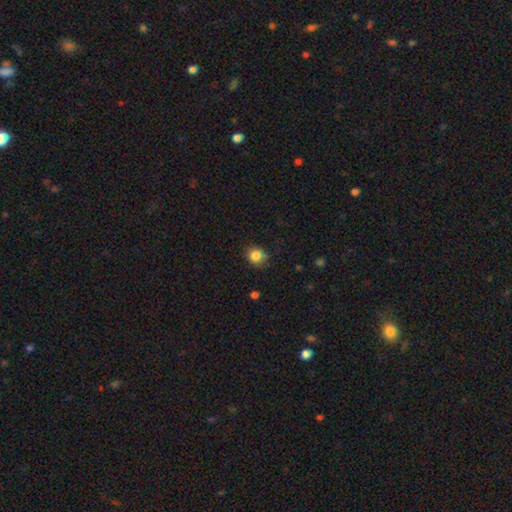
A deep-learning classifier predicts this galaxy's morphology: This appears to be a smooth galaxy with no disk features (84%) that is round (79%). Merging: none (76%).